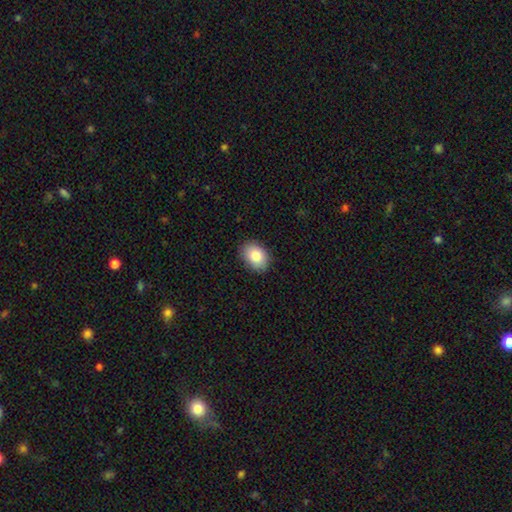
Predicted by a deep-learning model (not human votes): smooth_or_featured: smooth (p=0.85) [alt: featured or disk p=0.08]
how_rounded: in between (p=0.76) [alt: round p=0.23]
merging: none (p=0.86) [alt: minor disturbance p=0.11]